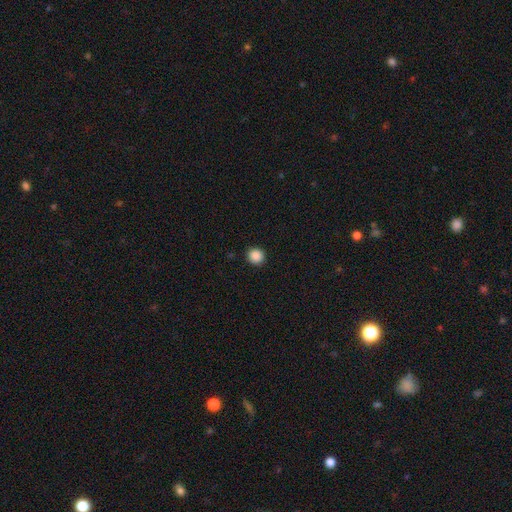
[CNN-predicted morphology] A smooth galaxy with no disk features (88%) that is round (92%). Merging: none (92%).